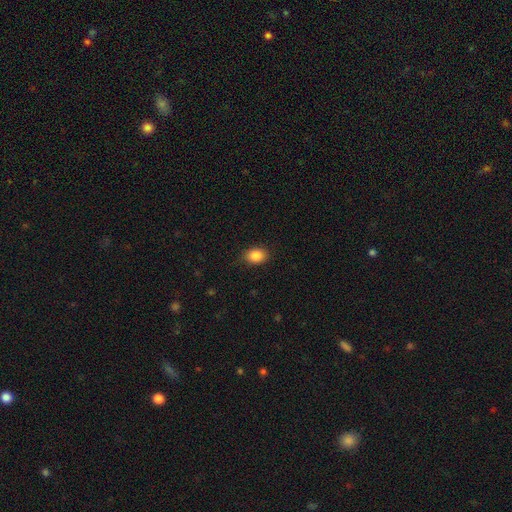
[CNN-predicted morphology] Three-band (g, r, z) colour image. It shows a smooth galaxy with no disk features (86%) that is in between round and cigar-shaped (68%). Merging: none (86%).